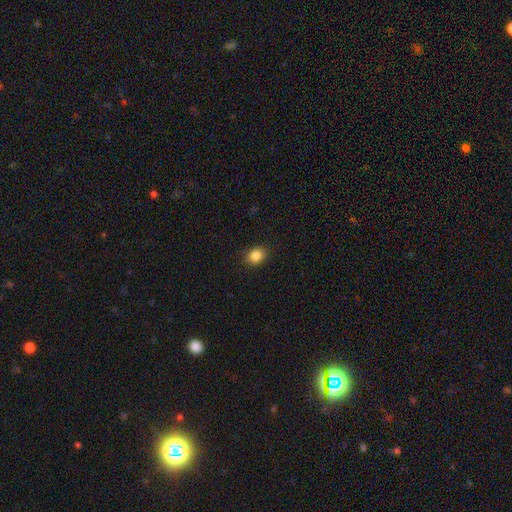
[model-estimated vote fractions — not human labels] This is clearly a smooth galaxy (85%). How rounded: possibly round (58%). Merging: clearly none (89%).